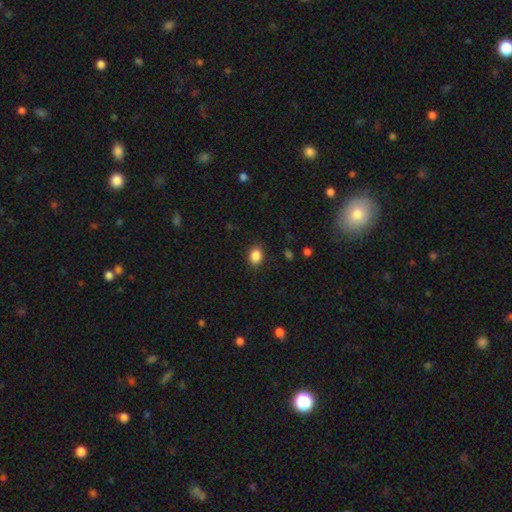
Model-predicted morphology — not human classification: smooth_or_featured: smooth (p=0.87) [alt: star or artifact p=0.09]
how_rounded: in between (p=0.61) [alt: round p=0.38]
merging: none (p=0.87) [alt: minor disturbance p=0.09]